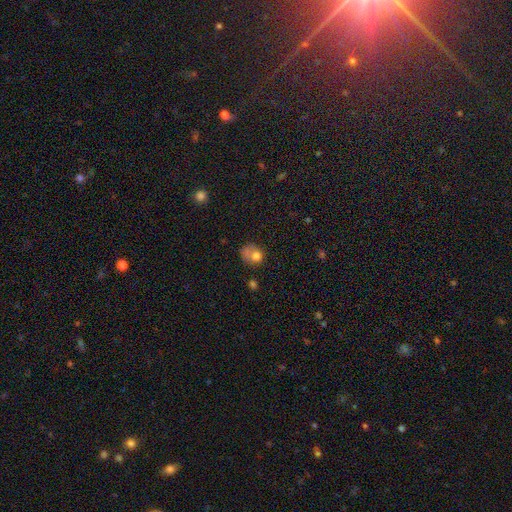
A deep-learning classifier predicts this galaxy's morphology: This appears to be a smooth galaxy with no disk features (72%) that is round (56%). Merging: none (33%).